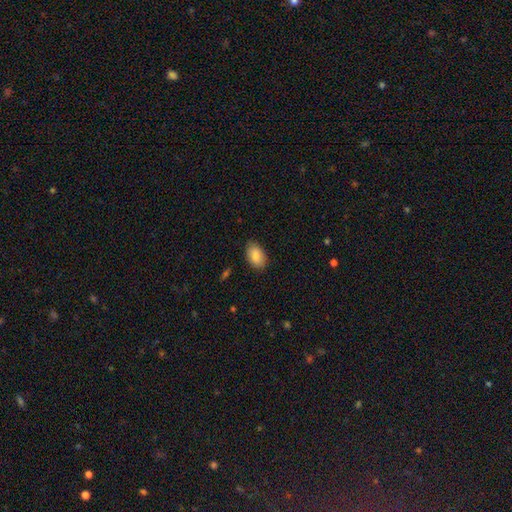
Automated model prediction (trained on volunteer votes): smooth 86%, featured or disk 7%, star or artifact 6%. Down the decision tree: how rounded — in between (91%); merging — none (84%).